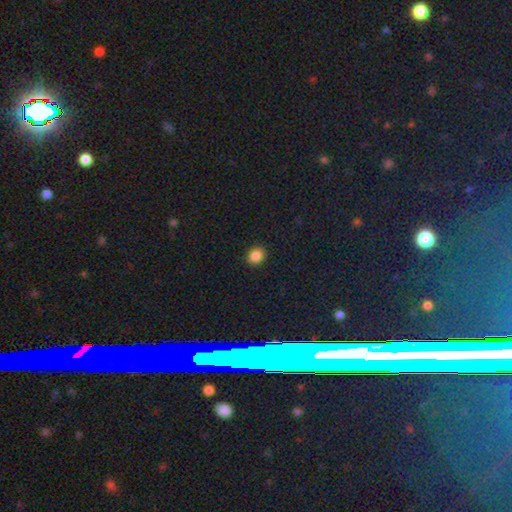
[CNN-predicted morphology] A smooth galaxy with no disk features (86%) that is round (76%).

Vote fractions:
- Smooth or featured? smooth: 86% / star or artifact: 11% / featured or disk: 3%
- How rounded? round: 76% / in between: 23% / cigar-shaped: 1%
- Merging? none: 90% / minor disturbance: 7% / major disturbance: 2% / merger: 1%